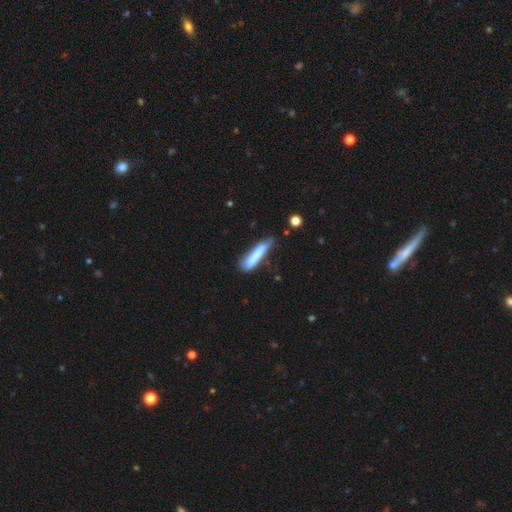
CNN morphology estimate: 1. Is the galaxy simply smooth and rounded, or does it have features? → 70% smooth, 23% featured or disk, 7% star or artifact.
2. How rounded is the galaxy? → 86% cigar-shaped, 12% in between, 1% round.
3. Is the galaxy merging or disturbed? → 51% none, 31% minor disturbance, 11% major disturbance, 6% merger.